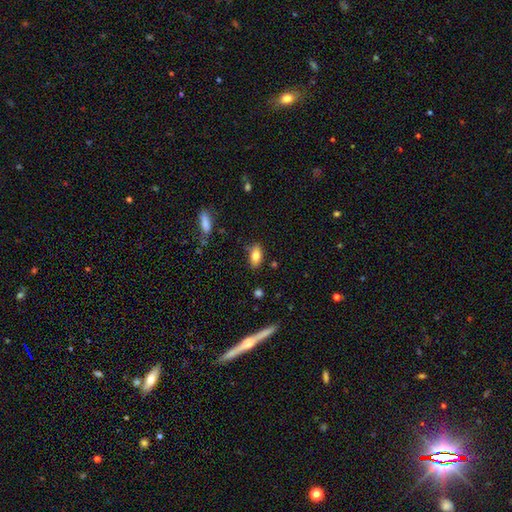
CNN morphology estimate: Smooth or featured? Predicted: smooth (p=0.79). How rounded? Predicted: in between (p=0.88). Merging? Predicted: none (p=0.81).